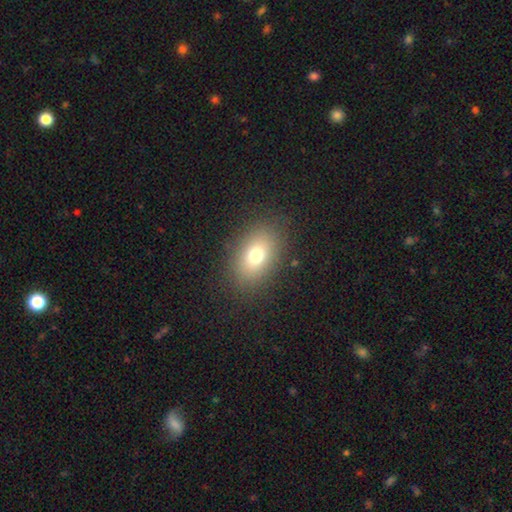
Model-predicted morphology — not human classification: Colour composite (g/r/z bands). It shows a smooth galaxy with no disk features (74%) that is in between round and cigar-shaped (79%). Merging: none (84%).